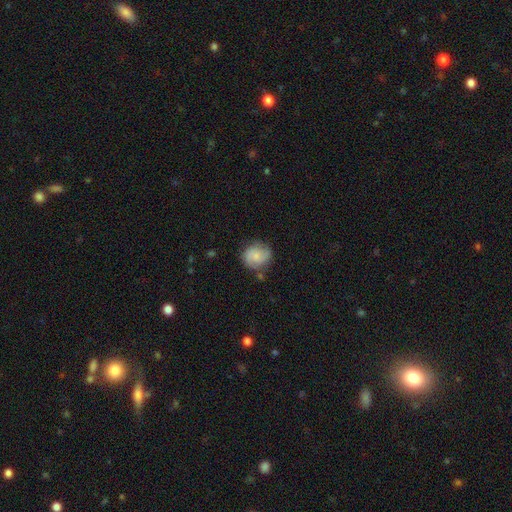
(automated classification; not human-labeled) smooth_or_featured: smooth (p=0.50) [alt: featured or disk p=0.41]
how_rounded: round (p=0.75) [alt: in between p=0.24]
merging: none (p=0.69) [alt: minor disturbance p=0.21]